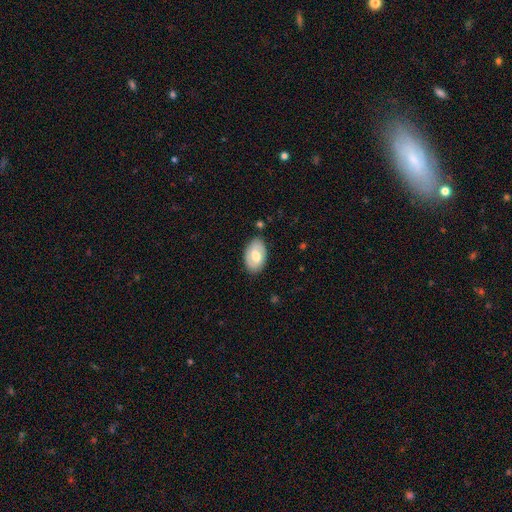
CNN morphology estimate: type=smooth (54%); roundness=in between (91%); merging=none (80%).